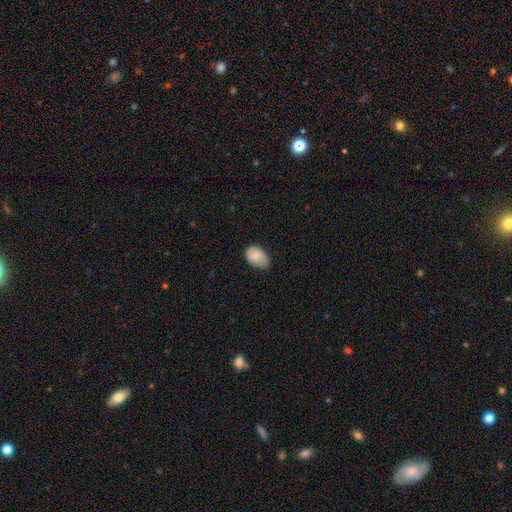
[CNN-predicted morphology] This is clearly a smooth galaxy (84%). How rounded: clearly in between (86%). Merging: likely none (62%).